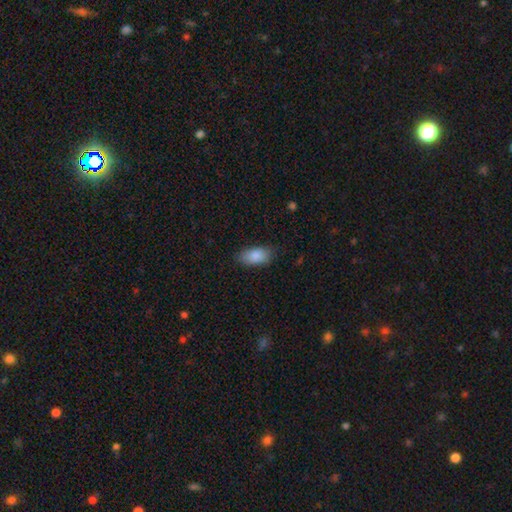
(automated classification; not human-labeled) smooth_or_featured: smooth (p=0.87) [alt: star or artifact p=0.07]
how_rounded: in between (p=0.92) [alt: cigar-shaped p=0.05]
merging: none (p=0.81) [alt: minor disturbance p=0.14]